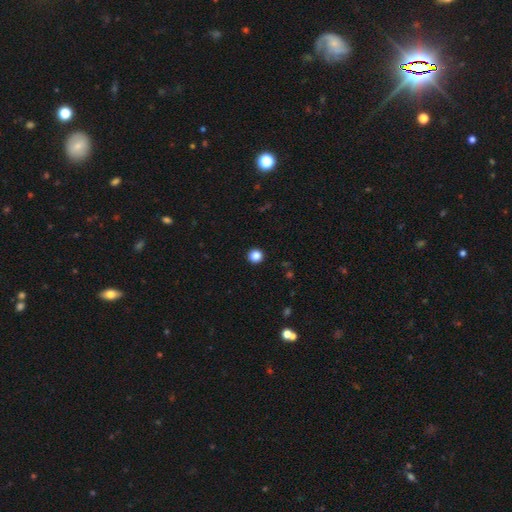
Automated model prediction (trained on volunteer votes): A smooth galaxy with no disk features (86%) that is round (95%). Merging: none (94%).